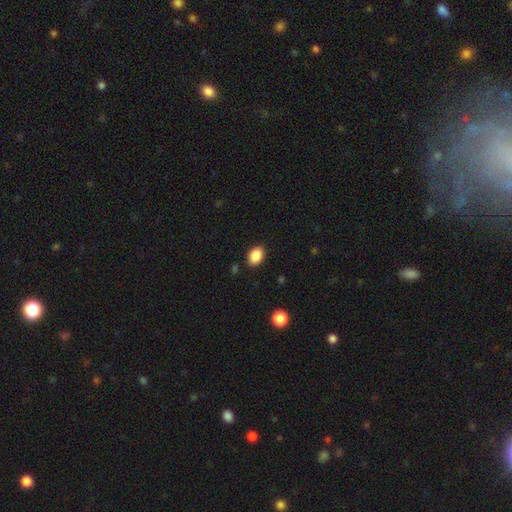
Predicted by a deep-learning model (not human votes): Smooth or featured: smooth — 88% (star or artifact — 8%)
How rounded: in between — 79% (round — 20%)
Merging: none — 88% (minor disturbance — 9%)